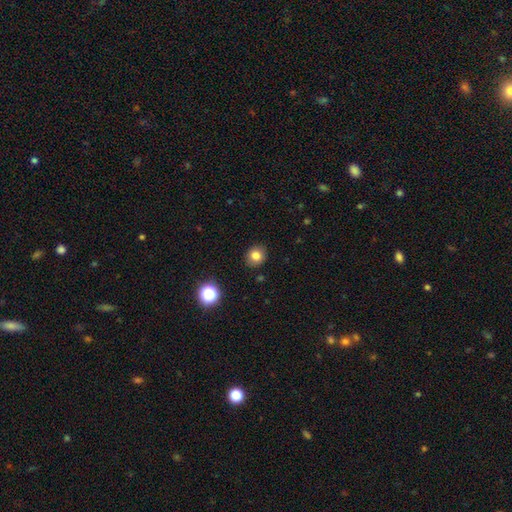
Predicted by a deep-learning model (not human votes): Smooth or featured?
  - smooth: 80% *
  - star or artifact: 13%
  - featured or disk: 7%
How rounded?
  - round: 78% *
  - in between: 21%
  - cigar-shaped: 1%
Merging?
  - none: 89% *
  - minor disturbance: 8%
  - major disturbance: 2%
  - merger: 1%